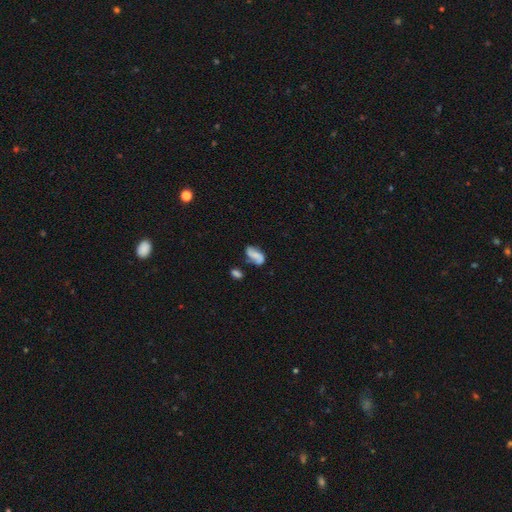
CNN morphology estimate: Smooth or featured? featured or disk (55%)
Edge-on disk? no (96%)
Bar? no (51%)
Spiral arms? yes (85%)
Bulge size? none (44%)
Merging? none (53%)